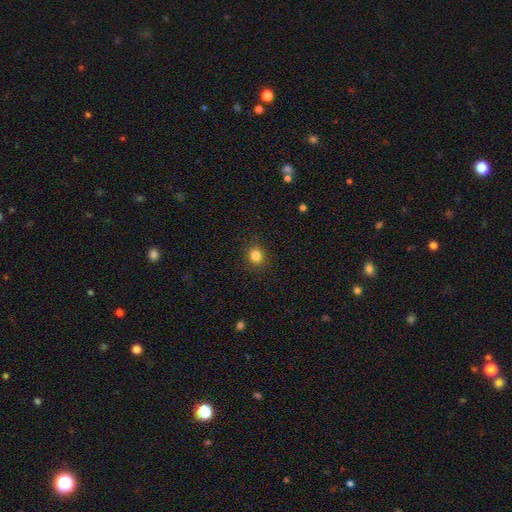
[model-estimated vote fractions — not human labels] Smooth or featured?
  - smooth: 84% *
  - star or artifact: 12%
  - featured or disk: 5%
How rounded?
  - round: 82% *
  - in between: 17%
  - cigar-shaped: 1%
Merging?
  - none: 89% *
  - minor disturbance: 7%
  - major disturbance: 2%
  - merger: 1%